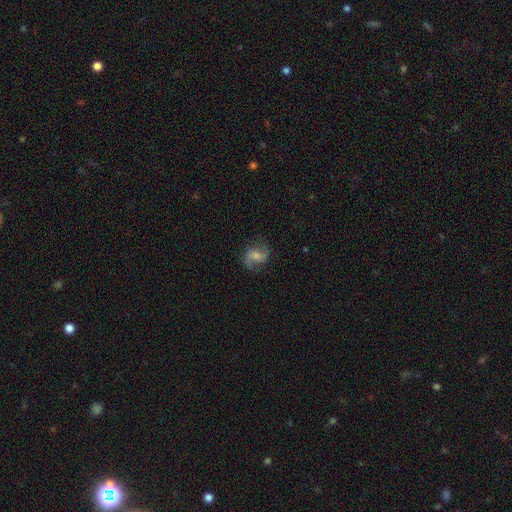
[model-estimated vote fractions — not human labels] A featured or disk galaxy (65%) with a weak bar (43%), 2 (87%) loose (53%) spiral arms (92%) and a moderate central bulge (43%). Merging: none (73%).